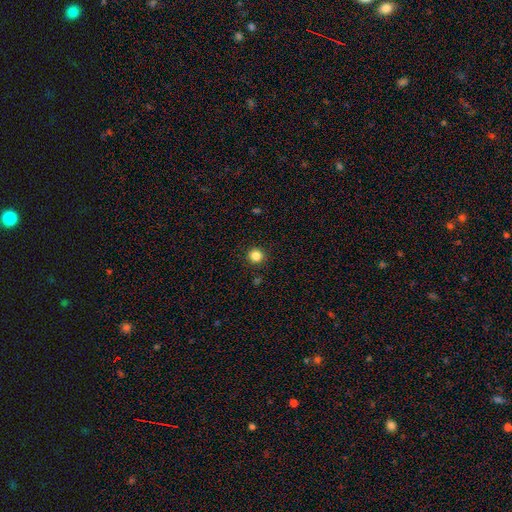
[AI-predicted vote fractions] A smooth galaxy with no disk features (84%) that is round (95%). Merging: none (92%).